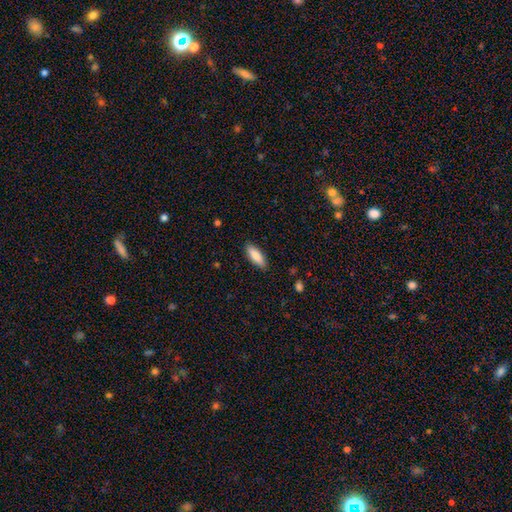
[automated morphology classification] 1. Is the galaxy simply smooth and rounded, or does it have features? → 86% smooth, 8% featured or disk, 6% star or artifact.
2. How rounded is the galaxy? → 62% in between, 37% cigar-shaped, 2% round.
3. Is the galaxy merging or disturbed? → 87% none, 10% minor disturbance, 2% major disturbance, 1% merger.